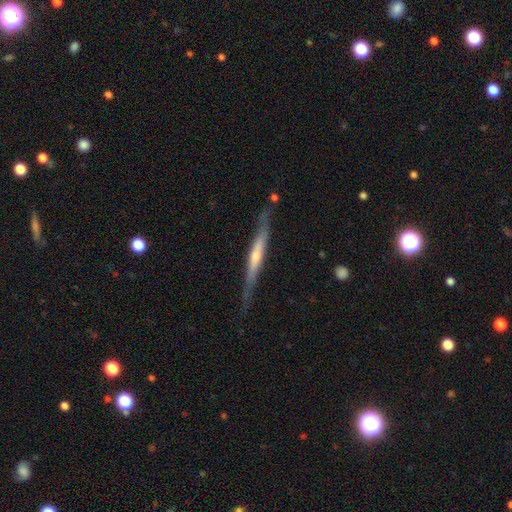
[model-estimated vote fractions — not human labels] smooth_or_featured: featured or disk (p=0.64) [alt: smooth p=0.31]
disk_edge_on: yes (p=0.95) [alt: no p=0.05]
edge_on_bulge: rounded (p=0.49) [alt: none p=0.41]
merging: none (p=0.78) [alt: minor disturbance p=0.16]